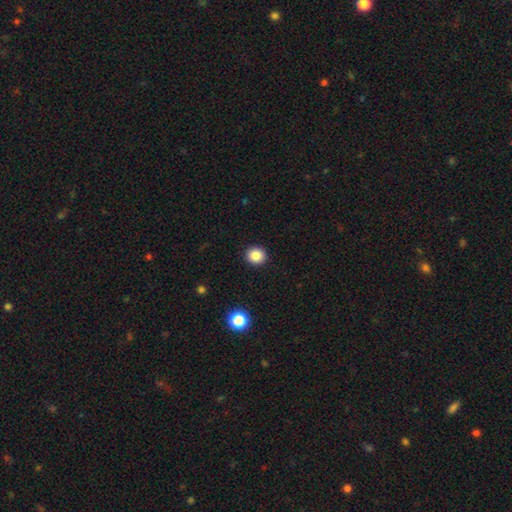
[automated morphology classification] This appears to be a smooth galaxy with no disk features (86%) that is round (89%). Merging: none (92%).